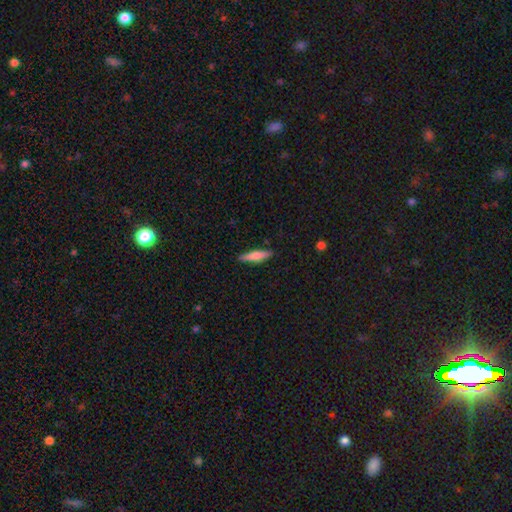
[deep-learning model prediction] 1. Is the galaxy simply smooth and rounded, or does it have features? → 70% smooth, 24% featured or disk, 6% star or artifact.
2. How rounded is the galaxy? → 77% cigar-shaped, 21% in between, 2% round.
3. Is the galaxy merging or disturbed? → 87% none, 9% minor disturbance, 2% major disturbance, 1% merger.